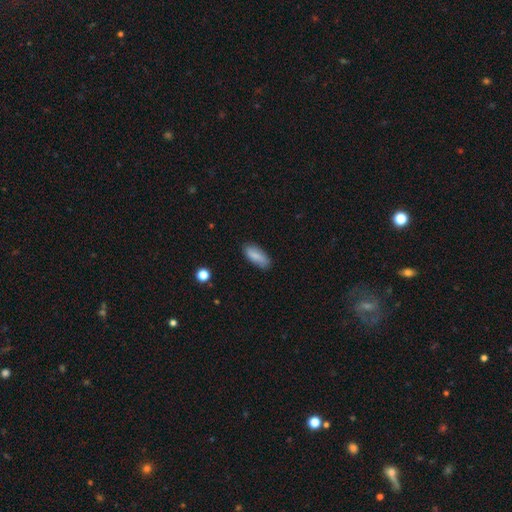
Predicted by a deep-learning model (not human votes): Smooth or featured? Predicted: smooth (p=0.85). How rounded? Predicted: in between (p=0.78). Merging? Predicted: none (p=0.83).